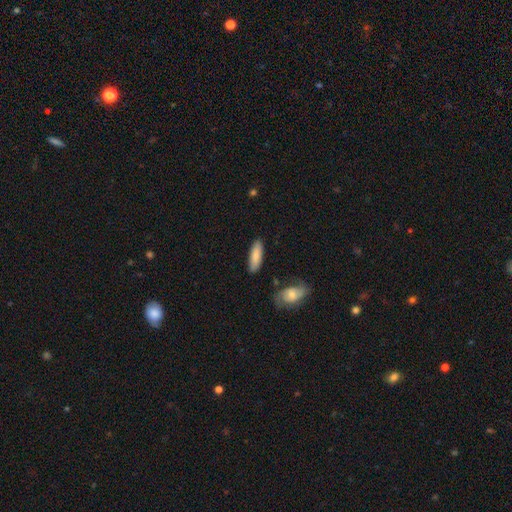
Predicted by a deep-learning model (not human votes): Smooth or featured: smooth — 81% (featured or disk — 13%)
How rounded: in between — 52% (cigar-shaped — 46%)
Merging: none — 83% (minor disturbance — 11%)